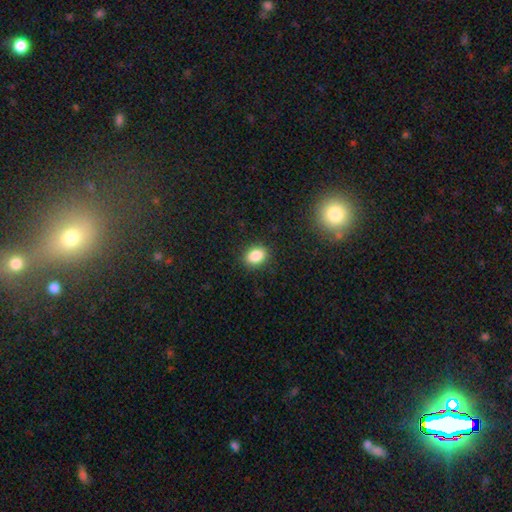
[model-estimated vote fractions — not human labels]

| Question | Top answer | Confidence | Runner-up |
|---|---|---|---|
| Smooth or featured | smooth | 86% | star or artifact (10%) |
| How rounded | in between | 67% | round (32%) |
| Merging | none | 87% | minor disturbance (9%) |